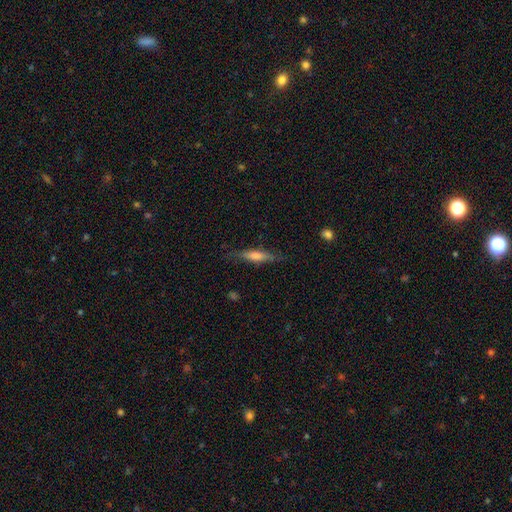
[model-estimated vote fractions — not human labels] The model was most divided on "smooth or featured": featured or disk: 54%, smooth: 38%, star or artifact: 8%. More confident: edge-on disk — yes (93%); merging — none (83%); edge-on bulge — rounded (68%).